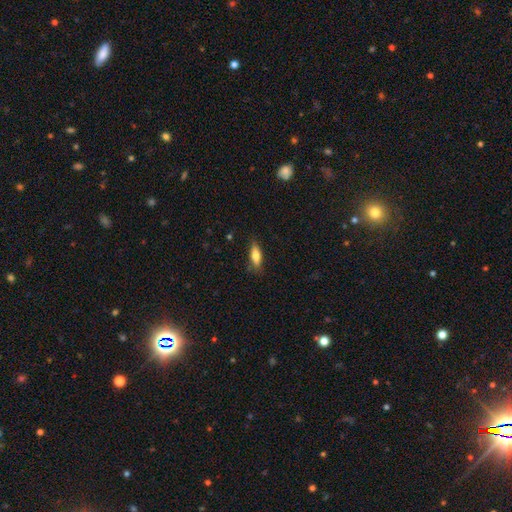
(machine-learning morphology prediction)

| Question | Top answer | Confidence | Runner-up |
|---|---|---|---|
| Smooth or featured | smooth | 73% | featured or disk (21%) |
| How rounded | in between | 55% | cigar-shaped (43%) |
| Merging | none | 79% | minor disturbance (16%) |